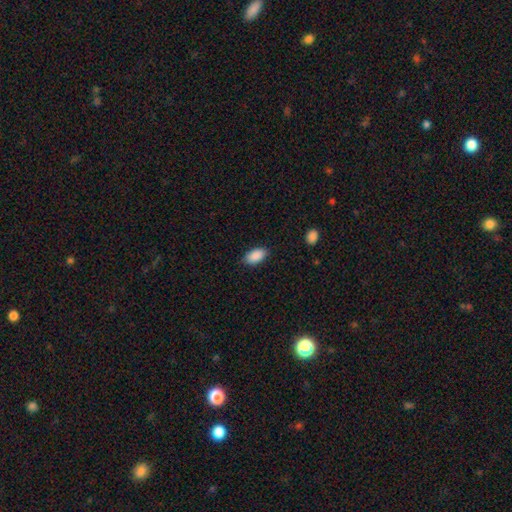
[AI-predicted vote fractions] Smooth or featured? smooth (90%)
How rounded? in between (94%)
Merging? none (86%)